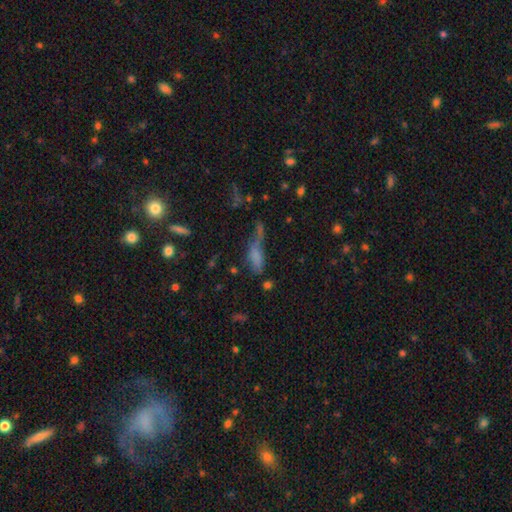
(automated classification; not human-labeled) smooth 64%, featured or disk 21%, star or artifact 16%. Down the decision tree: how rounded — in between (65%); merging — major disturbance (36%).